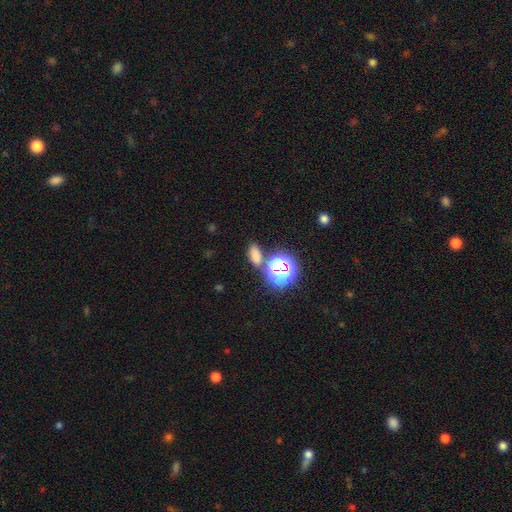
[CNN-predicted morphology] The model was most divided on "smooth or featured": smooth: 68%, star or artifact: 26%, featured or disk: 7%. More confident: how rounded — in between (75%); merging — none (73%).